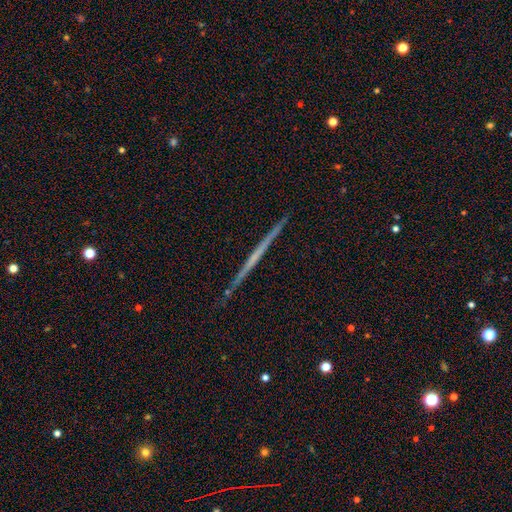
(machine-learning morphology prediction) This is likely a featured or disk galaxy (67%). It is clearly viewed edge-on (98%). Edge-on bulge: clearly none (86%). Merging: clearly none (92%).